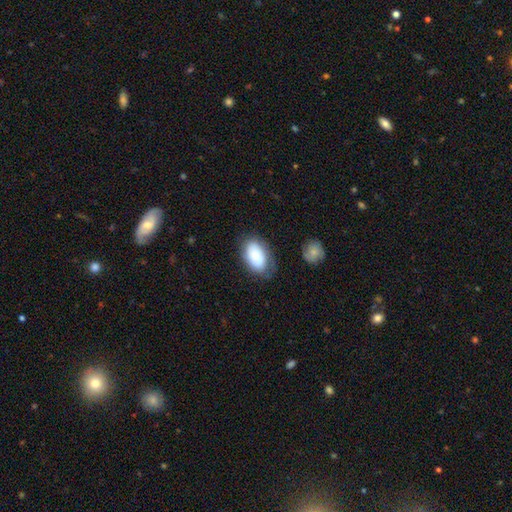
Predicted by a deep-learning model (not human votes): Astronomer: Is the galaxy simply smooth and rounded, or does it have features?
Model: smooth — 80%.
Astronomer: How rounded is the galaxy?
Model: in between — 92%.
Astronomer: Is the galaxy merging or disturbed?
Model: none — 64%.